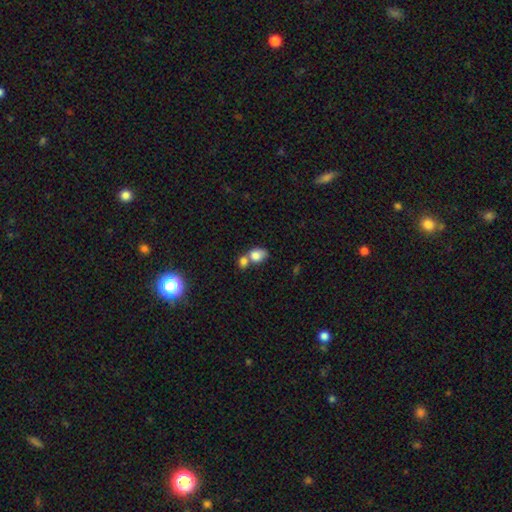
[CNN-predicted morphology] Smooth or featured? smooth (81%)
How rounded? in between (66%)
Merging? merger (61%)